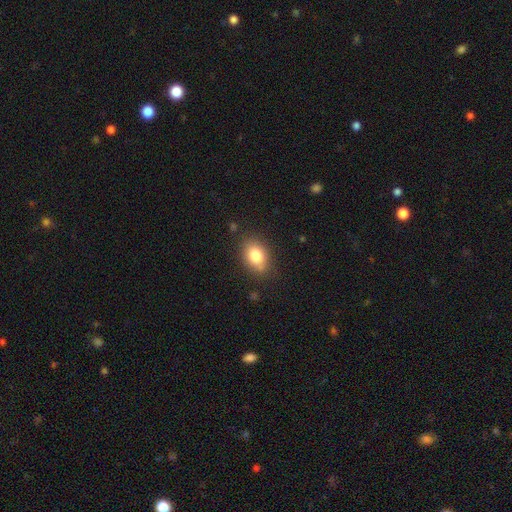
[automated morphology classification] This is clearly a smooth galaxy (81%). How rounded: likely in between (75%). Merging: likely none (77%).